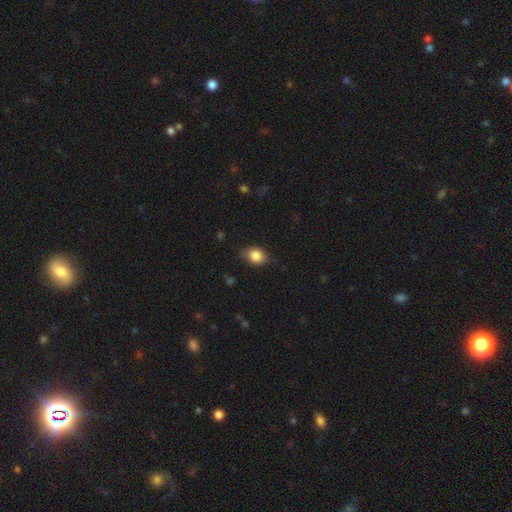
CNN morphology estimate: Smooth or featured?
  - smooth: 84% *
  - star or artifact: 9%
  - featured or disk: 7%
How rounded?
  - in between: 60% *
  - round: 39%
  - cigar-shaped: 1%
Merging?
  - none: 75% *
  - minor disturbance: 20%
  - major disturbance: 4%
  - merger: 1%